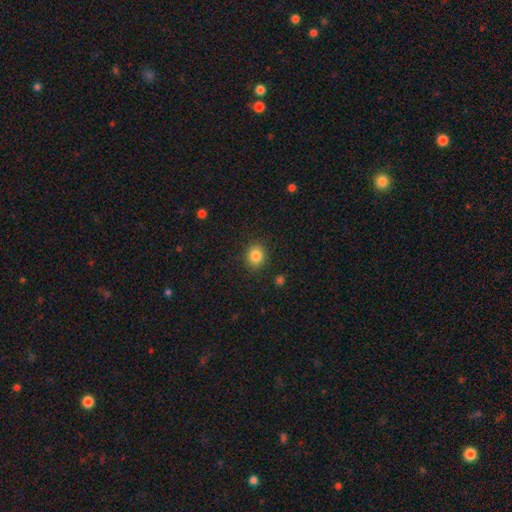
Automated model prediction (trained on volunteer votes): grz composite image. It shows a smooth galaxy with no disk features (85%) that is round (69%). Merging: none (88%).